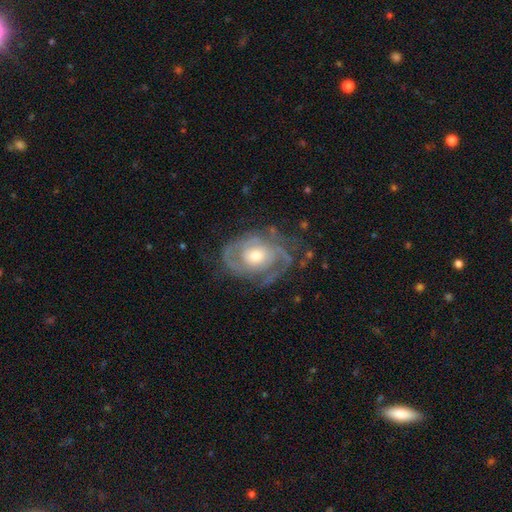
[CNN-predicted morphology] smooth_or_featured: featured or disk (p=0.85) [alt: smooth p=0.10]
disk_edge_on: no (p=0.97) [alt: yes p=0.03]
bar: no (p=0.75) [alt: weak p=0.21]
has_spiral_arms: yes (p=0.91) [alt: no p=0.09]
spiral_winding: tight (p=0.57) [alt: medium p=0.33]
spiral_arm_count: 2 (p=0.41) [alt: can't tell p=0.27]
bulge_size: moderate (p=0.68) [alt: small p=0.20]
merging: none (p=0.64) [alt: minor disturbance p=0.21]